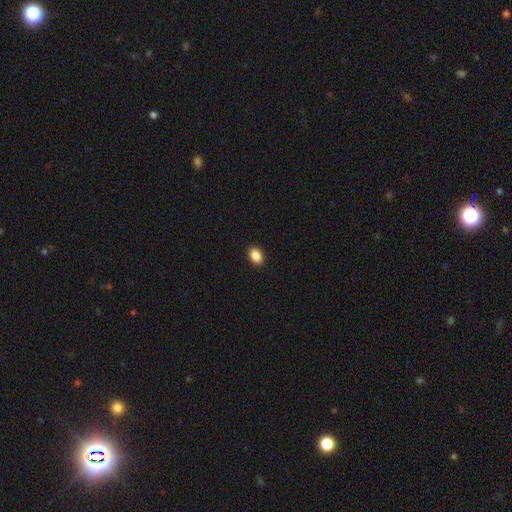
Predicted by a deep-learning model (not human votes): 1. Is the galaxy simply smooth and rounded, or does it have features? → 88% smooth, 9% star or artifact, 3% featured or disk.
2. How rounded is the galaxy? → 74% in between, 25% round, 1% cigar-shaped.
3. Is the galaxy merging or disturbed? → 91% none, 6% minor disturbance, 2% major disturbance, 1% merger.